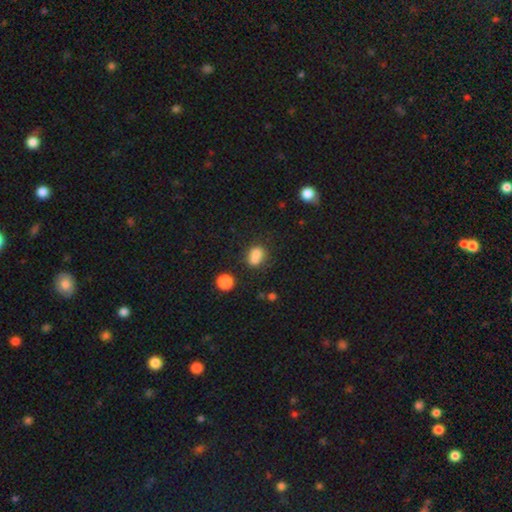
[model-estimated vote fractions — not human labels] smooth 76%, star or artifact 12%, featured or disk 12%. Down the decision tree: how rounded — round (51%); merging — merger (41%).